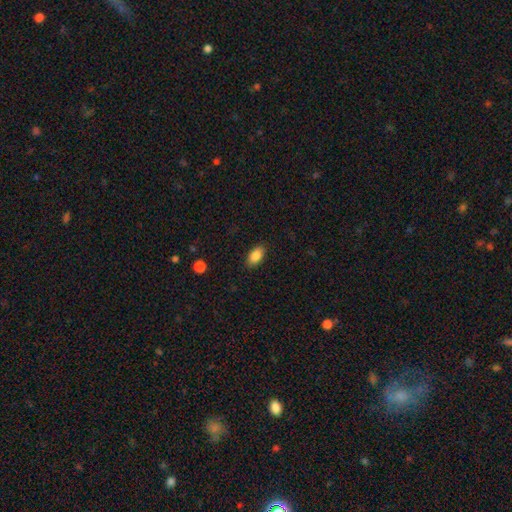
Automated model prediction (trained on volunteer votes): Morphology: type=smooth (86%); roundness=in between (91%); merging=none (87%).